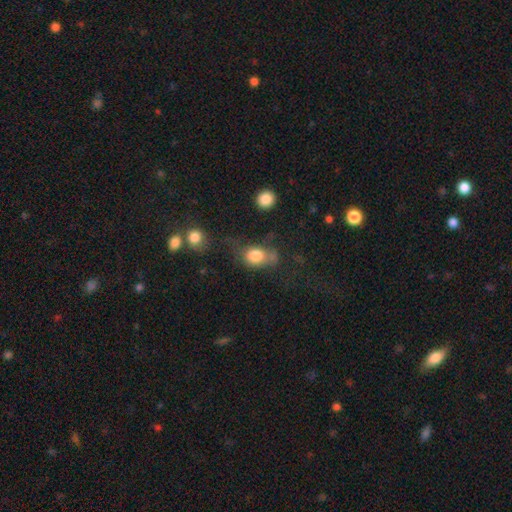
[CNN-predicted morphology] This is likely a smooth galaxy (77%). How rounded: possibly in between (58%). Merging: marginally none (36%).